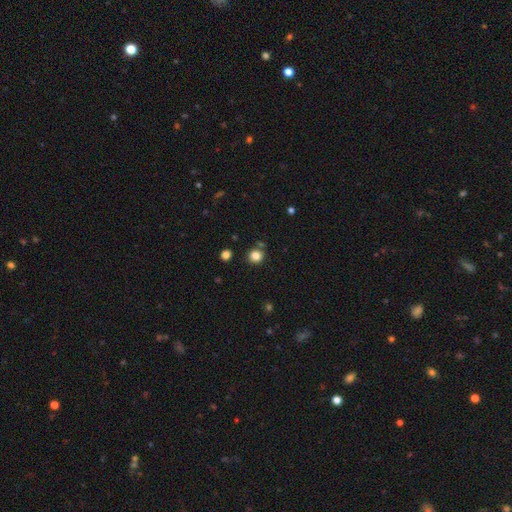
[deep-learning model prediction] smooth_or_featured: smooth (p=0.82) [alt: star or artifact p=0.13]
how_rounded: round (p=0.89) [alt: in between p=0.11]
merging: none (p=0.82) [alt: minor disturbance p=0.09]